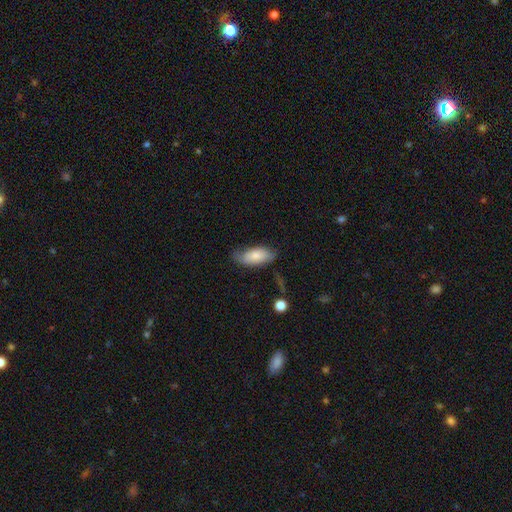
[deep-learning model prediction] This is likely a smooth galaxy (77%). How rounded: clearly in between (88%). Merging: likely none (60%).